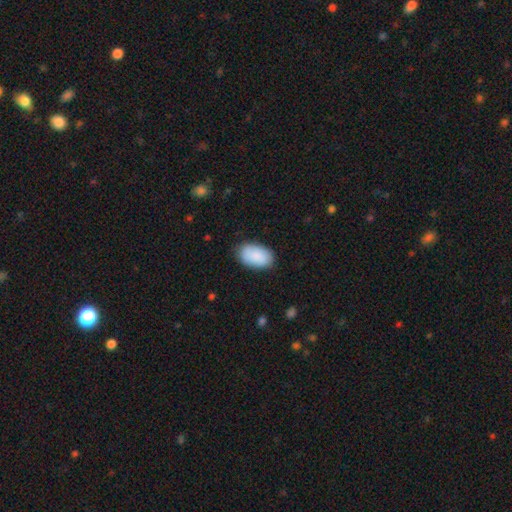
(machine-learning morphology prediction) Smooth or featured? Predicted: smooth (p=0.89). How rounded? Predicted: in between (p=0.94). Merging? Predicted: none (p=0.81).